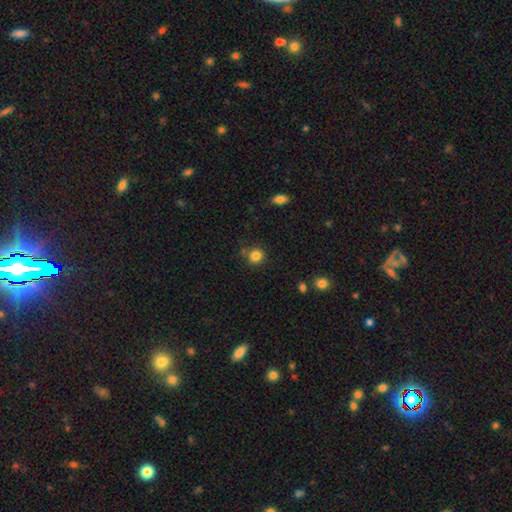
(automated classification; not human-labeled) Smooth or featured?
  - smooth: 84% *
  - star or artifact: 12%
  - featured or disk: 5%
How rounded?
  - round: 91% *
  - in between: 8%
  - cigar-shaped: 1%
Merging?
  - none: 79% *
  - minor disturbance: 13%
  - merger: 5%
  - major disturbance: 4%